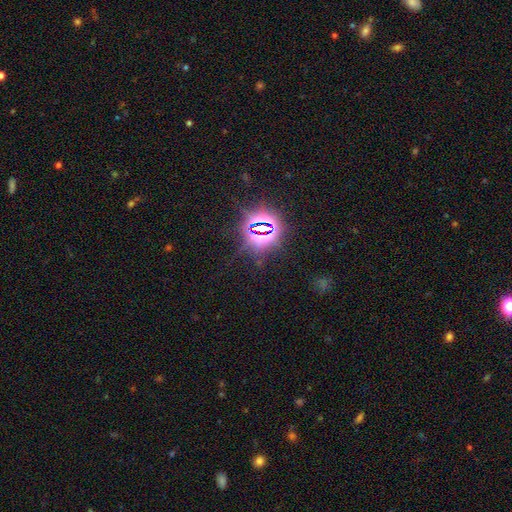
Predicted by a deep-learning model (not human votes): Q: Smooth or featured?
A: star or artifact (82%); runner-up: smooth (11%)